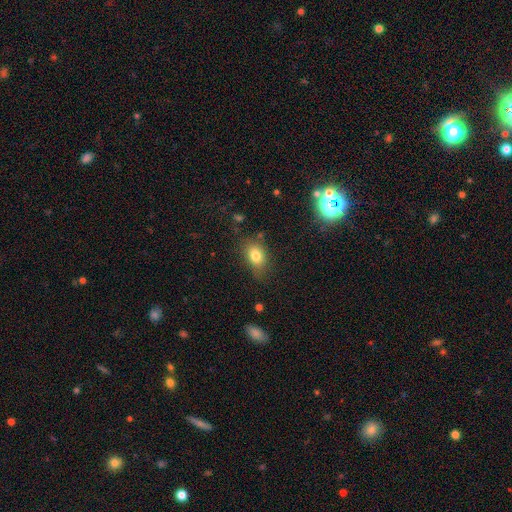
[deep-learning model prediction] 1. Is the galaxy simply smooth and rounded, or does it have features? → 79% smooth, 12% star or artifact, 9% featured or disk.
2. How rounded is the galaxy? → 73% in between, 25% round, 2% cigar-shaped.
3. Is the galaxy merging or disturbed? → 72% none, 19% minor disturbance, 5% major disturbance, 3% merger.